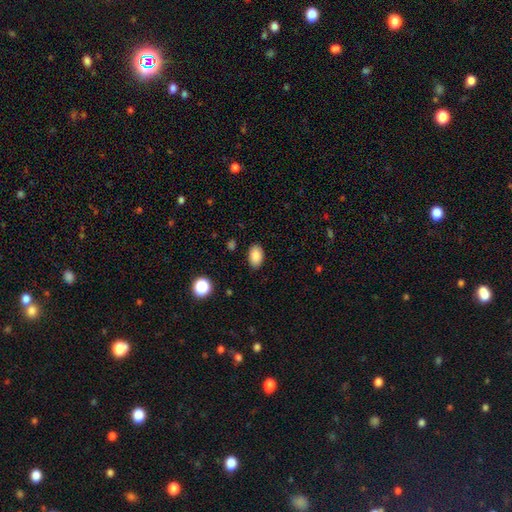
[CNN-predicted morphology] smooth 87%, star or artifact 9%, featured or disk 4%. Down the decision tree: how rounded — in between (89%); merging — none (87%).